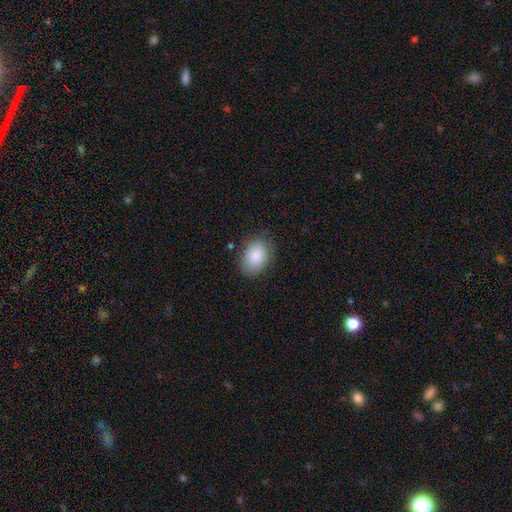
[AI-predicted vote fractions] Morphology: type=smooth (86%); roundness=in between (80%); merging=none (80%).